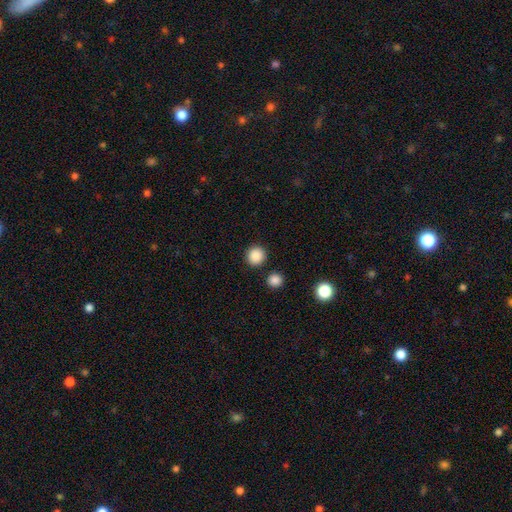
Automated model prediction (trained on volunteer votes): This is clearly a smooth galaxy (88%). How rounded: clearly round (93%). Merging: clearly none (89%).